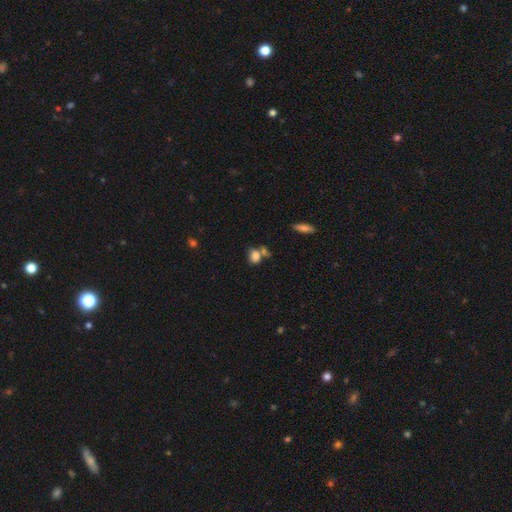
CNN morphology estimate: smooth_or_featured: smooth (p=0.80) [alt: star or artifact p=0.11]
how_rounded: in between (p=0.60) [alt: round p=0.37]
merging: none (p=0.44) [alt: merger p=0.36]